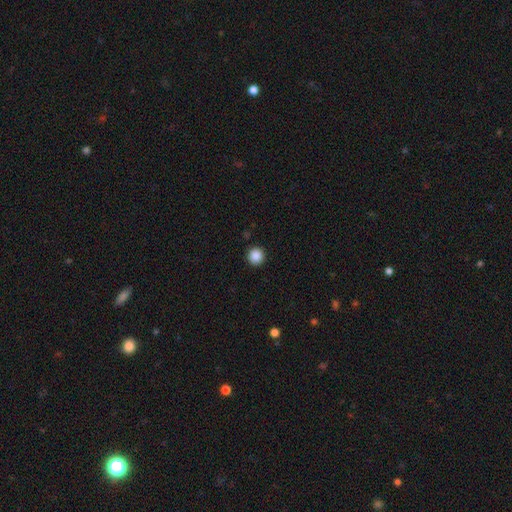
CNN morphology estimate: This is clearly a smooth galaxy (88%). How rounded: clearly round (95%). Merging: clearly none (92%).